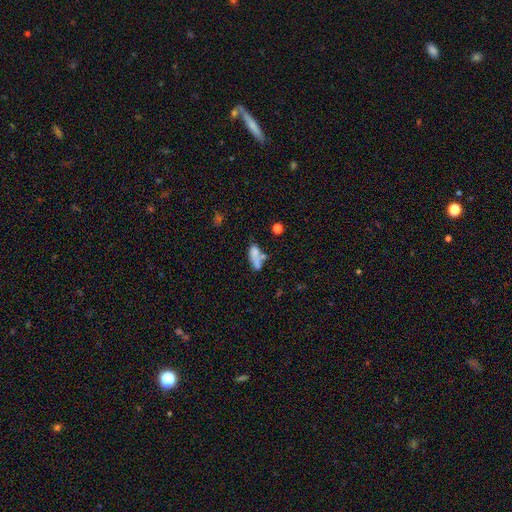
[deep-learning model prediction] Smooth or featured? smooth (68%)
How rounded? in between (75%)
Merging? merger (36%)